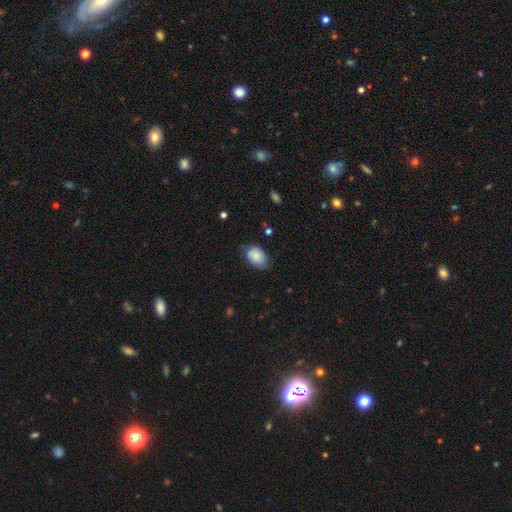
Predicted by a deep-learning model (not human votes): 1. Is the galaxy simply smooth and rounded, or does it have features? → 82% smooth, 11% featured or disk, 7% star or artifact.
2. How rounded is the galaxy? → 87% in between, 11% round, 1% cigar-shaped.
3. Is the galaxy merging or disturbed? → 66% none, 27% minor disturbance, 5% major disturbance, 2% merger.